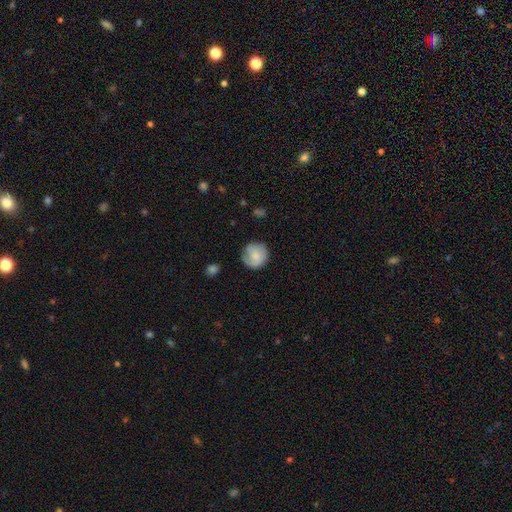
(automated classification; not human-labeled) Smooth or featured? smooth (73%)
How rounded? round (91%)
Merging? none (74%)